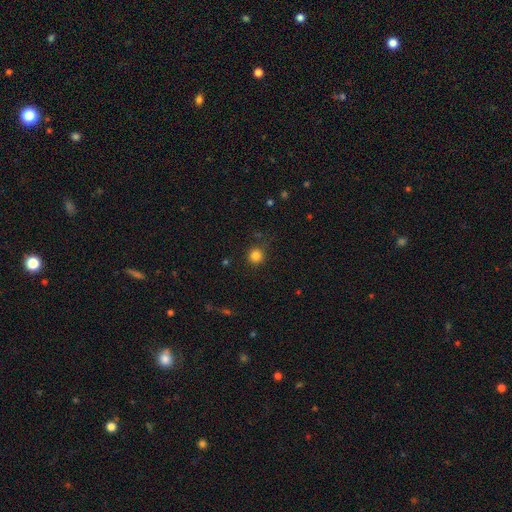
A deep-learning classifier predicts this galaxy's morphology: smooth_or_featured: smooth (p=0.83) [alt: star or artifact p=0.13]
how_rounded: round (p=0.95) [alt: in between p=0.04]
merging: none (p=0.87) [alt: minor disturbance p=0.08]